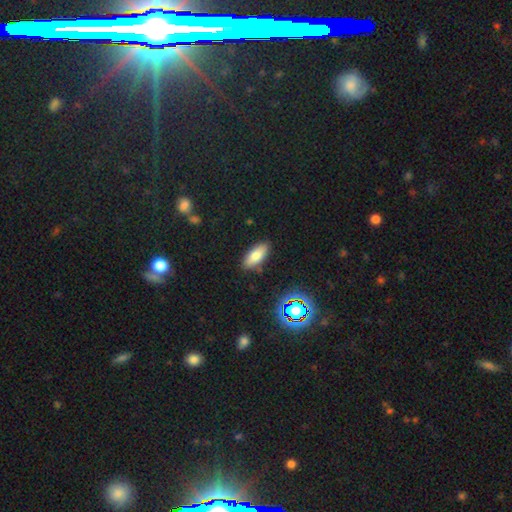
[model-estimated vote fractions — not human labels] Smooth or featured? Predicted: smooth (p=0.77). How rounded? Predicted: in between (p=0.80). Merging? Predicted: none (p=0.86).